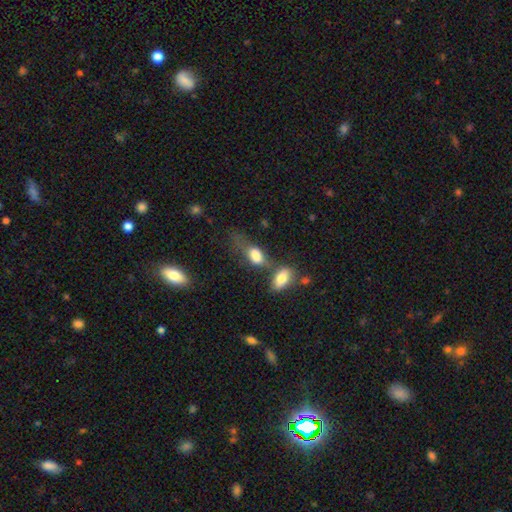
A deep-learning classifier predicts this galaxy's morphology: type=smooth (77%); roundness=in between (84%); merging=merger (40%).